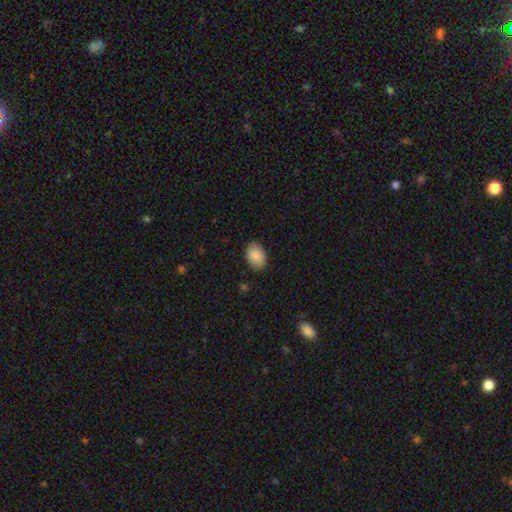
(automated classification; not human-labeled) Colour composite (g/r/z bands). It shows a smooth galaxy with no disk features (89%) that is in between round and cigar-shaped (82%). Merging: none (86%).